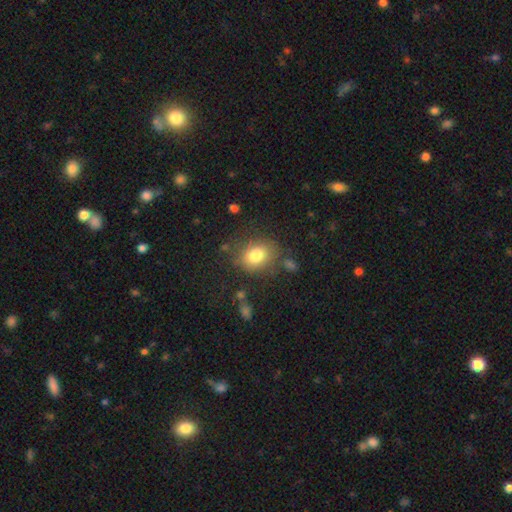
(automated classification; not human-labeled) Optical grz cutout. It shows a smooth galaxy with no disk features (80%) that is in between round and cigar-shaped (51%). Merging: none (74%).